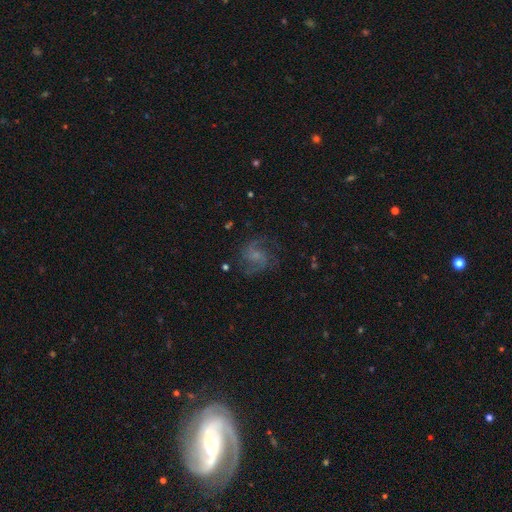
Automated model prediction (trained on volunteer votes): smooth-or-featured: featured or disk: 77% | smooth: 13% | star or artifact: 9%
  disk-edge-on: no: 98% | yes: 2%
    bar: no: 60% | weak: 35% | strong: 6%
    has-spiral-arms: yes: 95% | no: 5%
      spiral-winding: medium: 55% | loose: 26% | tight: 18%
      spiral-arm-count: 2: 74% | 3: 9% | can't tell: 9% | 1: 3% | 4: 3% | more than 4: 2%
    bulge-size: small: 56% | moderate: 20% | none: 20% | large: 3% | dominant: 1%
  merging: none: 72% | minor disturbance: 16% | major disturbance: 11% | merger: 1%